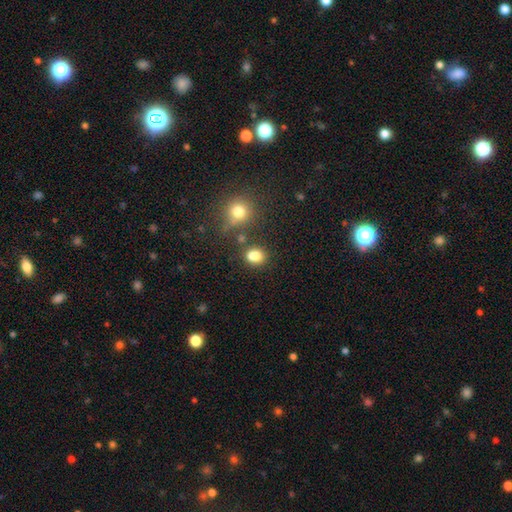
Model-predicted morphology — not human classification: The model was most divided on "how rounded": round: 58%, in between: 41%, cigar-shaped: 1%. More confident: smooth or featured — smooth (80%); merging — none (62%).